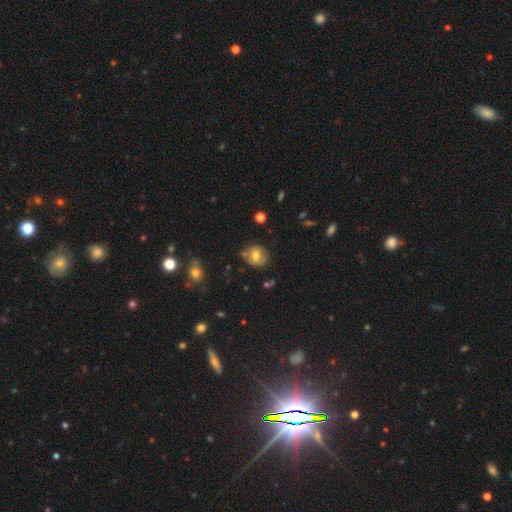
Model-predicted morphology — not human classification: smooth 65%, featured or disk 24%, star or artifact 11%. Down the decision tree: how rounded — round (75%); merging — none (72%).